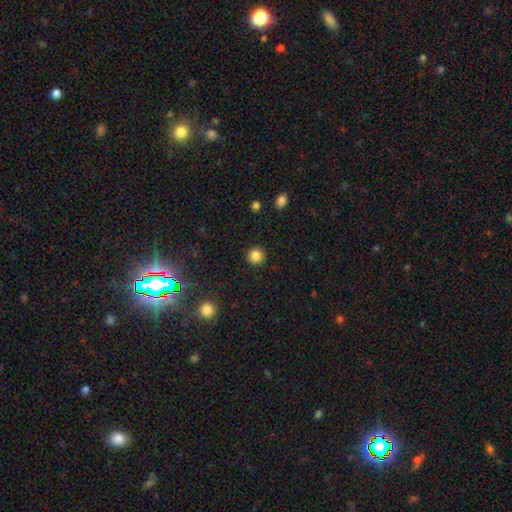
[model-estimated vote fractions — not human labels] A smooth galaxy with no disk features (84%) that is round (94%). Merging: none (92%).